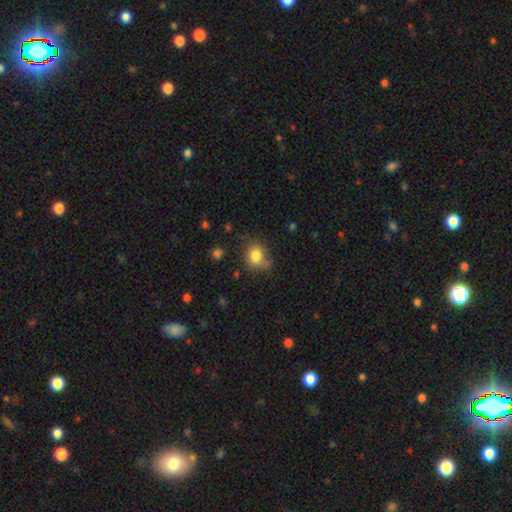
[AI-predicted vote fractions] The model was most divided on "how rounded": round: 63%, in between: 36%, cigar-shaped: 1%. More confident: smooth or featured — smooth (82%); merging — none (57%).